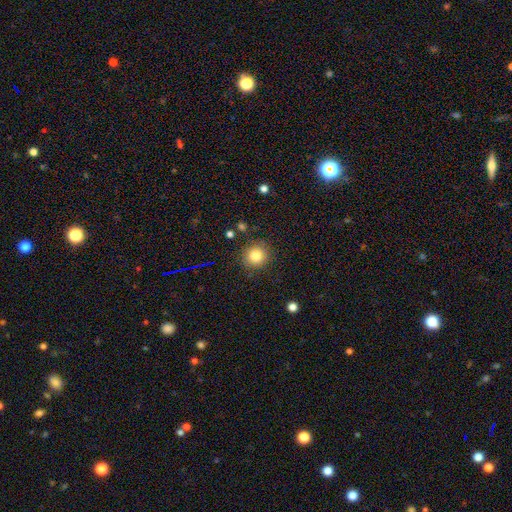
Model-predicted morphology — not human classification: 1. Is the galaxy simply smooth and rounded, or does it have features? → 82% smooth, 12% star or artifact, 7% featured or disk.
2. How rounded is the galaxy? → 91% round, 8% in between, 1% cigar-shaped.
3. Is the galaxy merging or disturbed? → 88% none, 8% minor disturbance, 2% major disturbance, 2% merger.